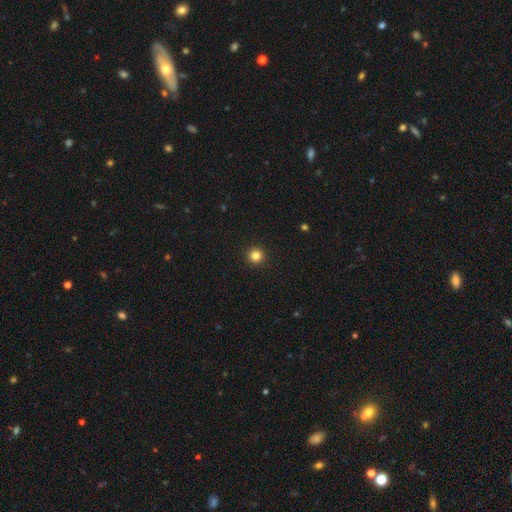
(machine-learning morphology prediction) This appears to be a smooth galaxy with no disk features (83%) that is round (96%). Merging: none (94%).